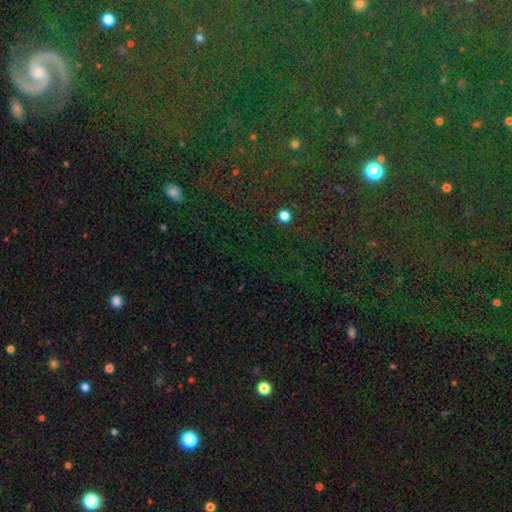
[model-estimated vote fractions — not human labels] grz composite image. It shows a star or artifact, not a galaxy (78%).